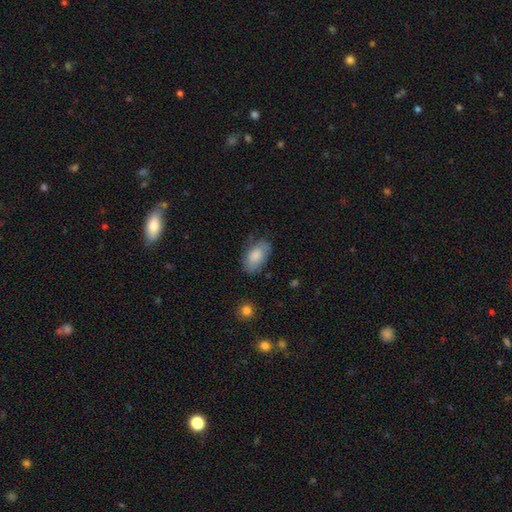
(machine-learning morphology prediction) This is clearly a smooth galaxy (81%). How rounded: clearly in between (94%). Merging: likely none (70%).